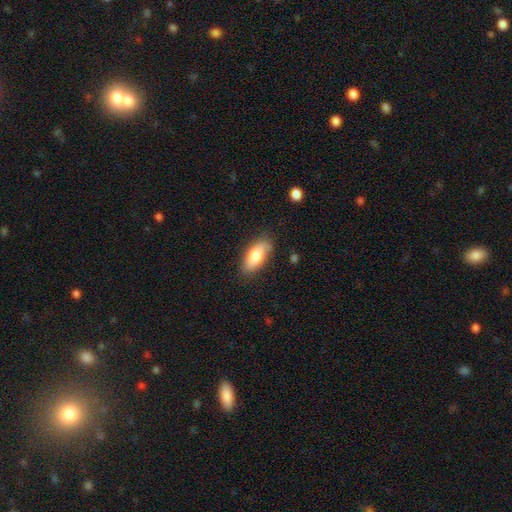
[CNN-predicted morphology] Smooth or featured? smooth (77%)
How rounded? in between (82%)
Merging? none (79%)